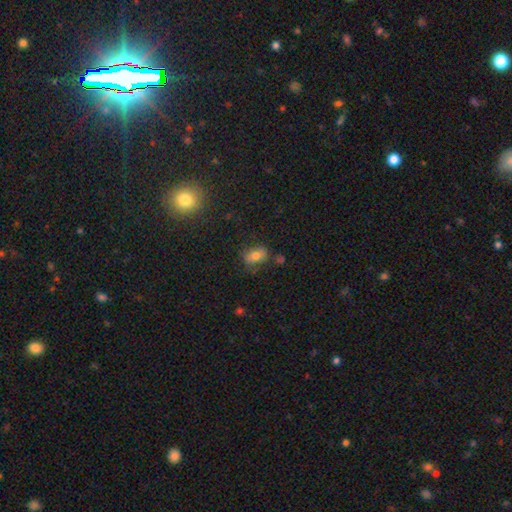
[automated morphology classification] smooth 71%, featured or disk 15%, star or artifact 13%. Down the decision tree: how rounded — in between (73%); merging — none (65%).